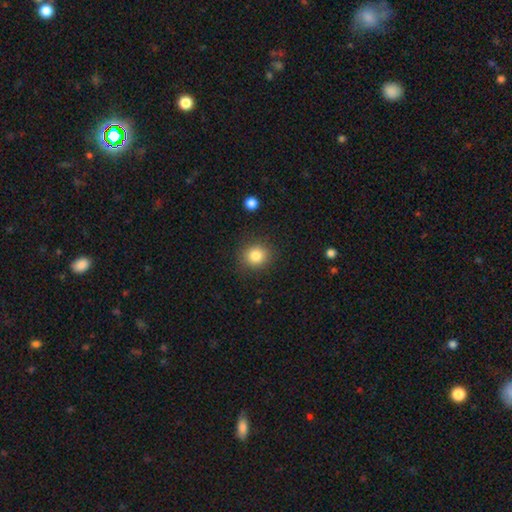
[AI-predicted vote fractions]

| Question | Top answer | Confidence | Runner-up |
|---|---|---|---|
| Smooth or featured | smooth | 83% | star or artifact (11%) |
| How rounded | round | 80% | in between (19%) |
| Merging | none | 87% | minor disturbance (8%) |